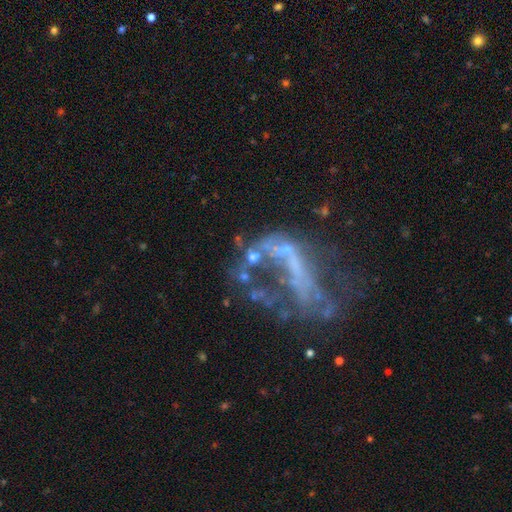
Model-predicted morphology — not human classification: A featured or disk galaxy (66%) with no bar (66%), no spiral arms (76%) and no central bulge (75%).

Vote fractions:
- Smooth or featured? featured or disk: 66% / star or artifact: 20% / smooth: 14%
- Edge-on disk? no: 95% / yes: 5%
- Bar? no: 66% / weak: 18% / strong: 16%
- Spiral arms? no: 76% / yes: 24%
- Bulge size? none: 75% / small: 15% / moderate: 7% / large: 2% / dominant: 1%
- Merging? major disturbance: 43% / none: 29% / minor disturbance: 14% / merger: 14%